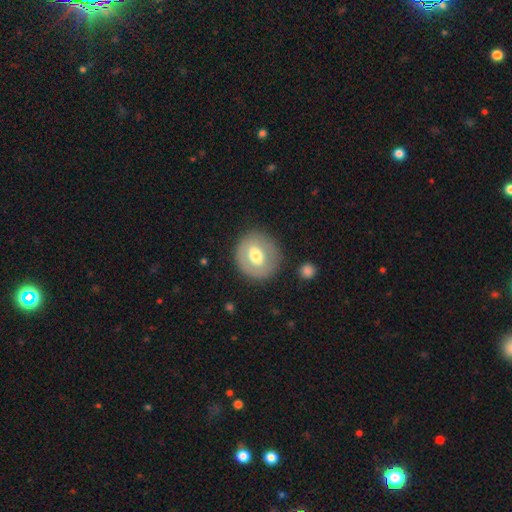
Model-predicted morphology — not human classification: Overall: smooth (54%; featured or disk 39%). How rounded: round (81%). Merging: none (81%).